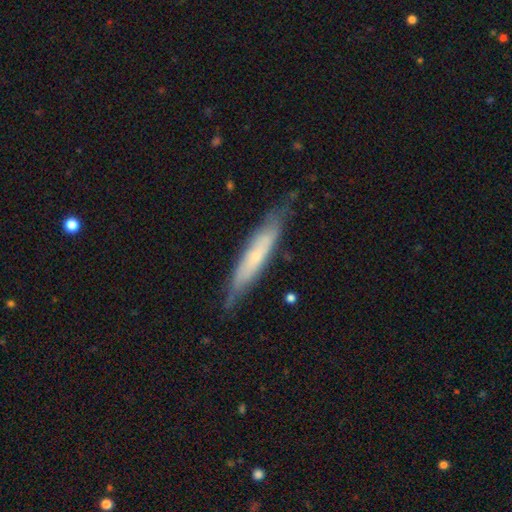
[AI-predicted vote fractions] This appears to be a smooth galaxy with no disk features (48%). Merging: none (74%).